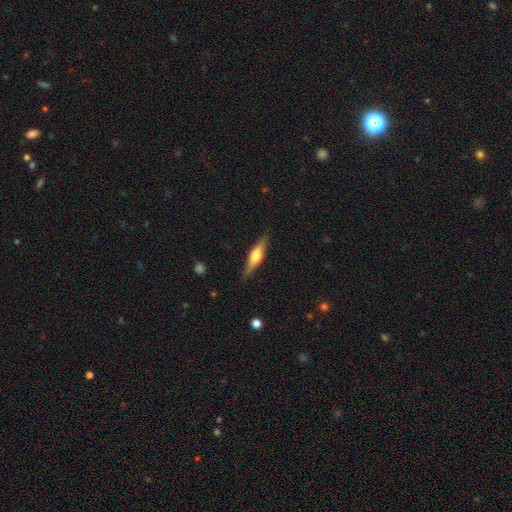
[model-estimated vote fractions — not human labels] smooth-or-featured: featured or disk: 60% | smooth: 34% | star or artifact: 6%
  disk-edge-on: yes: 96% | no: 4%
    edge-on-bulge: rounded: 90% | boxy: 7% | none: 3%
  merging: none: 87% | minor disturbance: 10% | major disturbance: 2% | merger: 1%